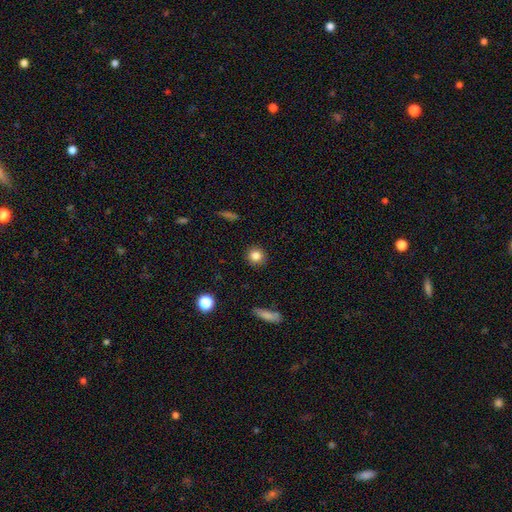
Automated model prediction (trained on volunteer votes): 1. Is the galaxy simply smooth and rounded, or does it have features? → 83% smooth, 11% star or artifact, 6% featured or disk.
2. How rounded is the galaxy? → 90% round, 9% in between, 1% cigar-shaped.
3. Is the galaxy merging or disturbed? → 91% none, 6% minor disturbance, 2% major disturbance, 1% merger.